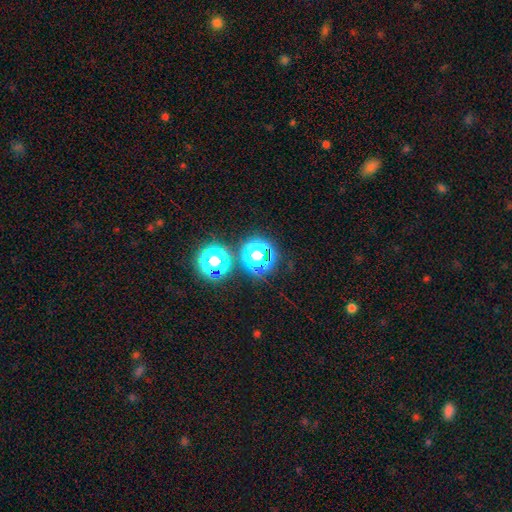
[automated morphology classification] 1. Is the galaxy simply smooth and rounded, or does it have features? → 58% star or artifact, 31% smooth, 10% featured or disk.